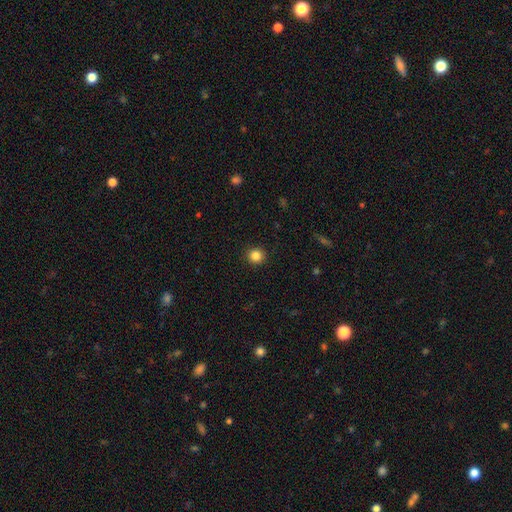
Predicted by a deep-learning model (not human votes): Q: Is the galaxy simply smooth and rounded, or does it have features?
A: smooth — 85%.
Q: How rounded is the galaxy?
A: round — 94%.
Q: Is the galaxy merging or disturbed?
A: none — 93%.